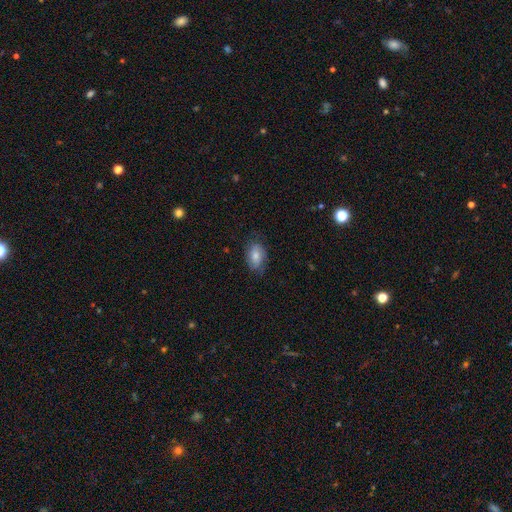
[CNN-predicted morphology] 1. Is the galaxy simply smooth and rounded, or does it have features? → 70% smooth, 22% featured or disk, 8% star or artifact.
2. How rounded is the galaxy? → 88% in between, 11% round, 2% cigar-shaped.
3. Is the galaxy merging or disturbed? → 72% none, 21% minor disturbance, 6% major disturbance, 1% merger.